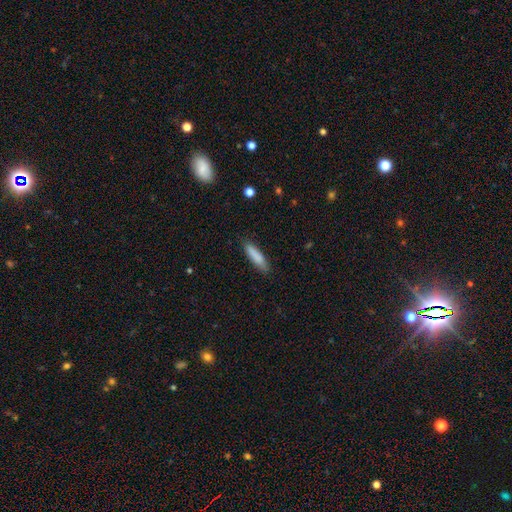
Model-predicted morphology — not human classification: This appears to be a smooth galaxy with no disk features (85%) that is cigar-shaped (77%). Merging: none (85%).